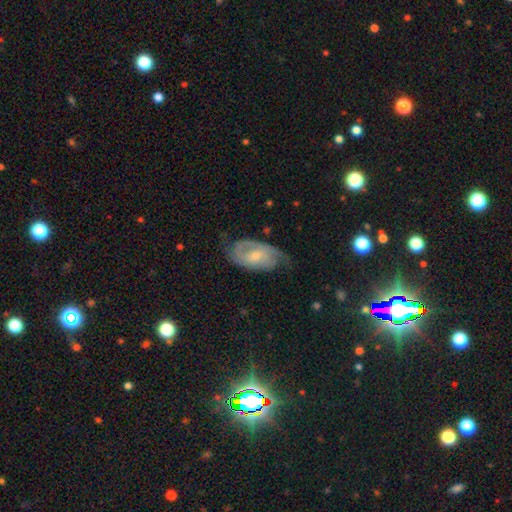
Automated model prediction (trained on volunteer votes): This is likely a featured or disk galaxy (75%). It is clearly not viewed edge-on (95%). Bar: possibly no (54%). Spiral arm pattern: clearly yes (92%). Spiral arm count: likely 2 (67%). Spiral winding: possibly tight (46%). Central bulge: possibly small (50%). Merging: possibly none (59%).